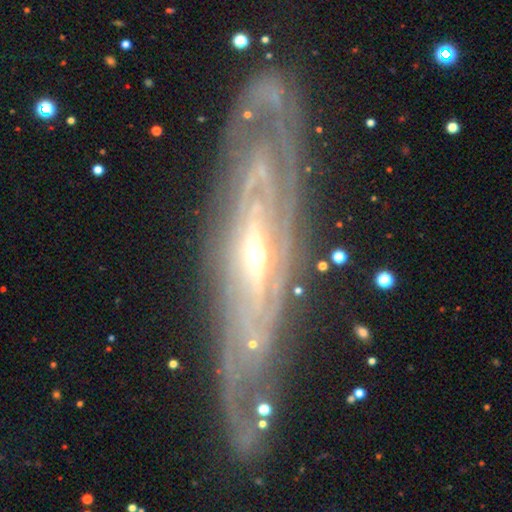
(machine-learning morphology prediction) This is clearly a featured or disk galaxy (86%). It is likely not viewed edge-on (64%). Bar: possibly no (55%). Spiral arm pattern: clearly yes (83%). Central bulge: possibly moderate (52%). Merging: likely none (72%).